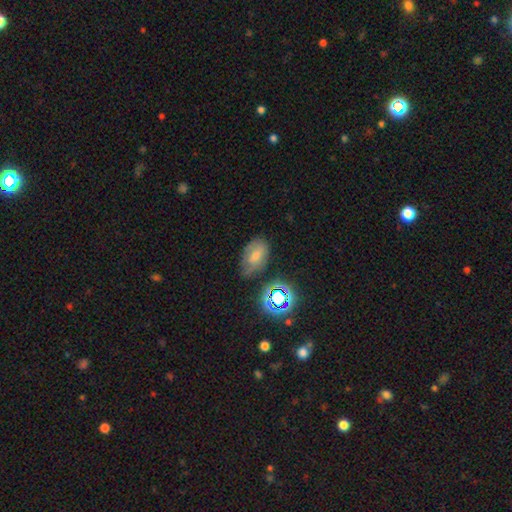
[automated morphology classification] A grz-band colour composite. It shows a smooth galaxy with no disk features (54%) that is in between round and cigar-shaped (86%). Merging: none (55%).